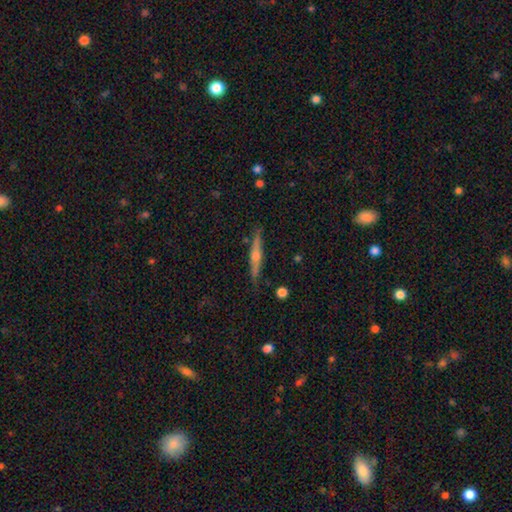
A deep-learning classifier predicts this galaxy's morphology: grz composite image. It shows a featured or disk galaxy (67%) viewed edge-on (97%) with a rounded central bulge (85%). Merging: none (87%).